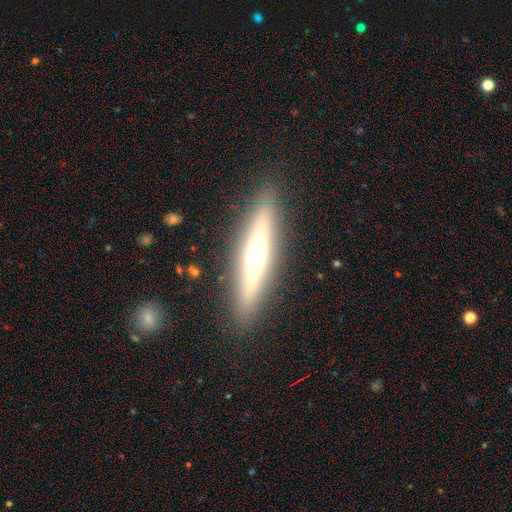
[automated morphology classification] This is possibly a featured or disk galaxy (59%). It is clearly viewed edge-on (92%). Edge-on bulge: clearly rounded (87%). Merging: clearly none (89%).